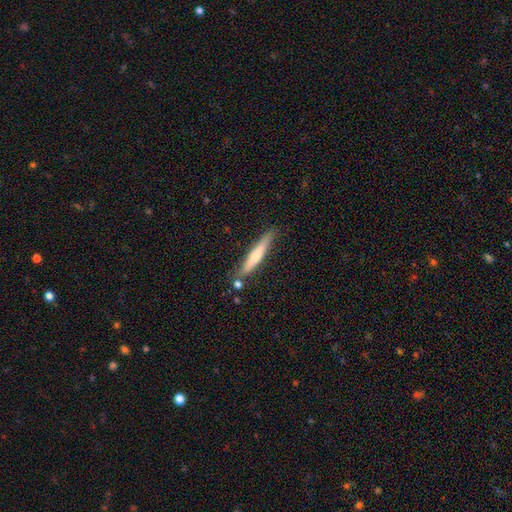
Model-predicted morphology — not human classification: type=smooth (57%); roundness=cigar-shaped (94%); merging=none (79%).